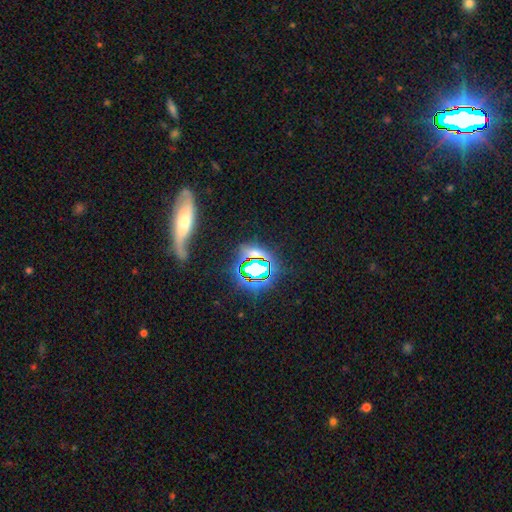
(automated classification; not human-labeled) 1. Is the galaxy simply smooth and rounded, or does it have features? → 64% star or artifact, 24% smooth, 12% featured or disk.